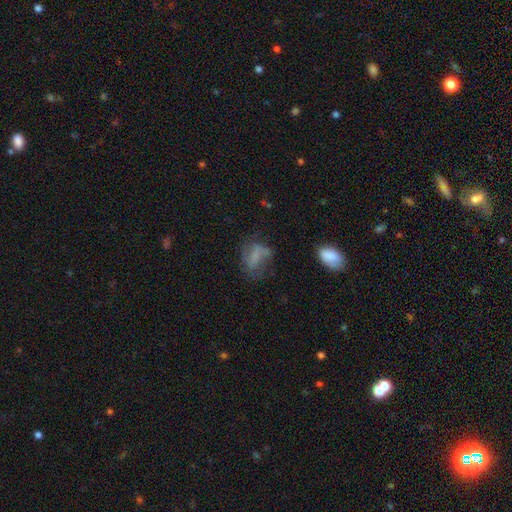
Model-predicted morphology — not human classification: A smooth galaxy with no disk features (53%) that is in between round and cigar-shaped (76%). Merging: none (40%).